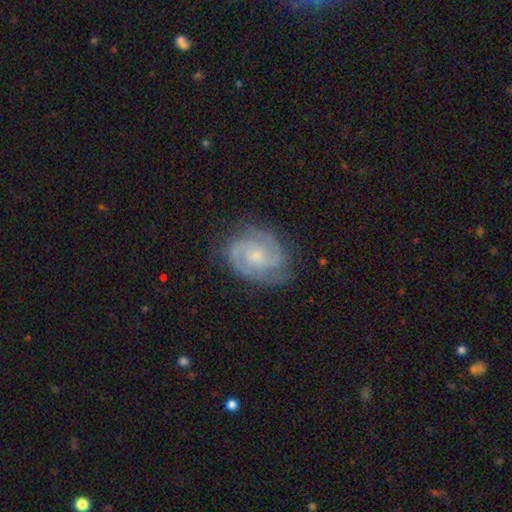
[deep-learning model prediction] Overall: featured or disk (87%). Edge-on disk: no (98%). Bar: no (65%; weak 30%). Spiral arms: yes (98%). Spiral arm count: 2 (71%). Spiral winding: tight (56%; medium 38%). Bulge size: small (63%; moderate 29%). Merging: none (78%).